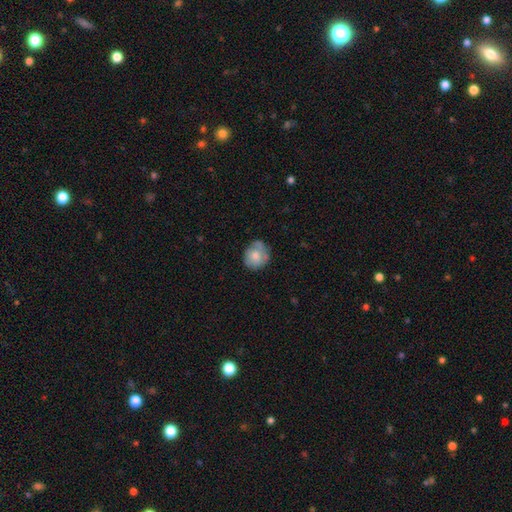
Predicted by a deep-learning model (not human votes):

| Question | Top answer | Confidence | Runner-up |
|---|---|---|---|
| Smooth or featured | smooth | 69% | featured or disk (24%) |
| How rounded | round | 76% | in between (23%) |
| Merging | none | 65% | minor disturbance (25%) |